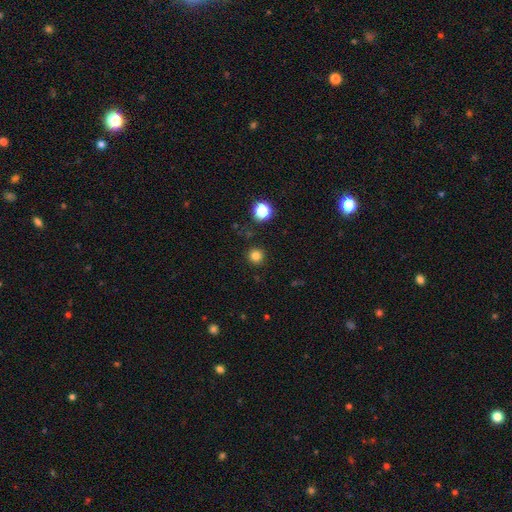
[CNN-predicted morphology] Smooth or featured?
  - smooth: 80% *
  - star or artifact: 15%
  - featured or disk: 5%
How rounded?
  - round: 95% *
  - in between: 4%
  - cigar-shaped: 1%
Merging?
  - none: 91% *
  - minor disturbance: 5%
  - major disturbance: 2%
  - merger: 2%